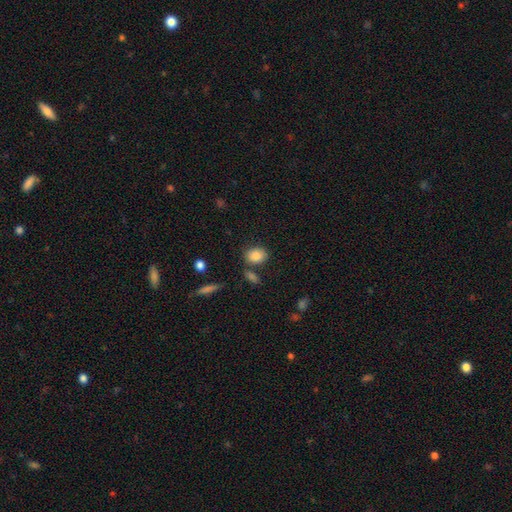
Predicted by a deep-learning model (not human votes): Smooth or featured?
  - smooth: 86% *
  - star or artifact: 8%
  - featured or disk: 6%
How rounded?
  - in between: 57% *
  - round: 41%
  - cigar-shaped: 2%
Merging?
  - none: 72% *
  - minor disturbance: 13%
  - merger: 10%
  - major disturbance: 4%